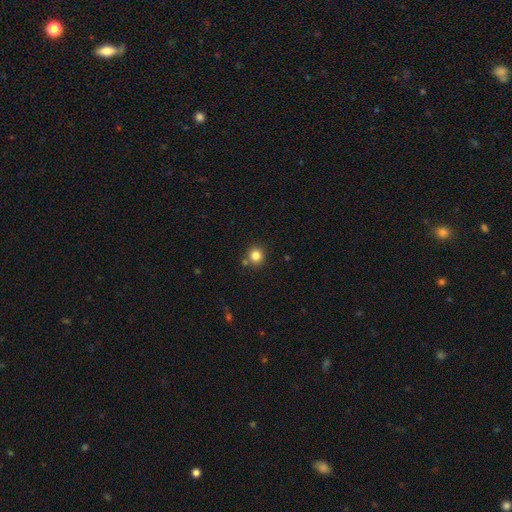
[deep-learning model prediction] This is clearly a smooth galaxy (83%). How rounded: clearly round (91%). Merging: likely none (80%).